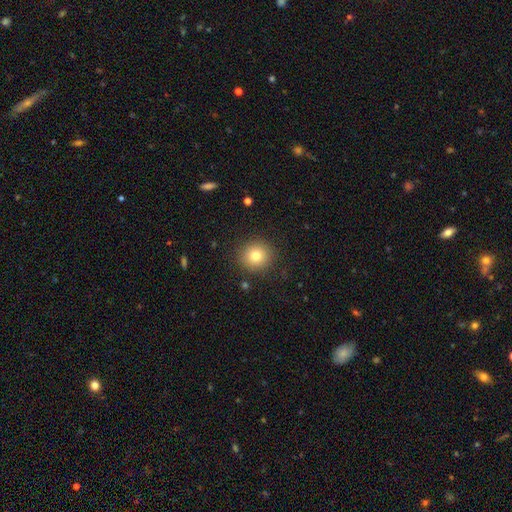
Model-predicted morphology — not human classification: A smooth galaxy with no disk features (79%) that is round (90%). Merging: none (89%).